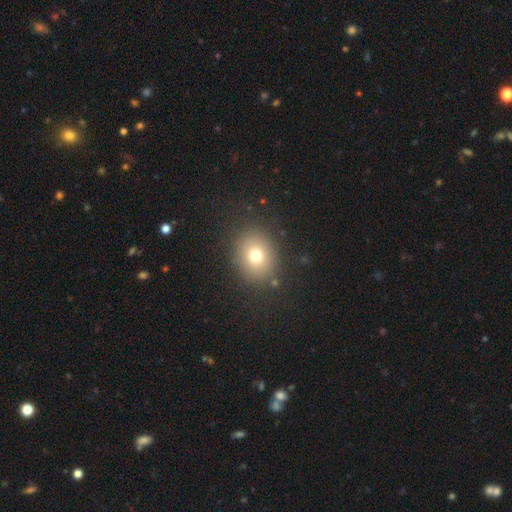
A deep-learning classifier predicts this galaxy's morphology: Overall: smooth (73%). How rounded: round (66%; in between 34%). Merging: none (85%).